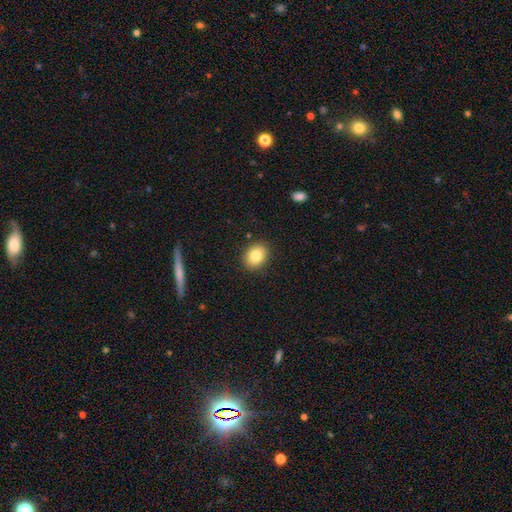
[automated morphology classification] A smooth galaxy with no disk features (83%) that is round (50%).

Vote fractions:
- Smooth or featured? smooth: 83% / star or artifact: 9% / featured or disk: 8%
- How rounded? round: 50% / in between: 49% / cigar-shaped: 1%
- Merging? none: 88% / minor disturbance: 8% / major disturbance: 2% / merger: 1%